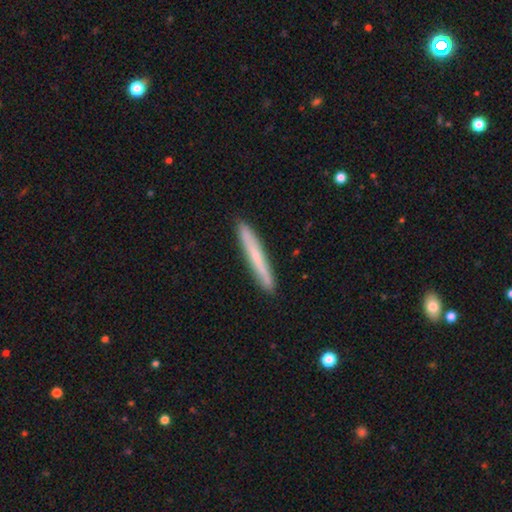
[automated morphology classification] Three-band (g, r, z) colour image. It shows a smooth galaxy with no disk features (56%) that is cigar-shaped (96%). Merging: none (91%).